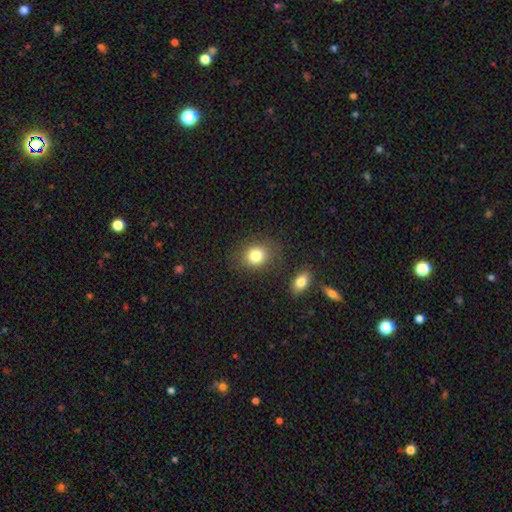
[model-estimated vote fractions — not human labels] Smooth or featured: smooth — 82% (star or artifact — 10%)
How rounded: round — 57% (in between — 42%)
Merging: none — 79% (minor disturbance — 12%)